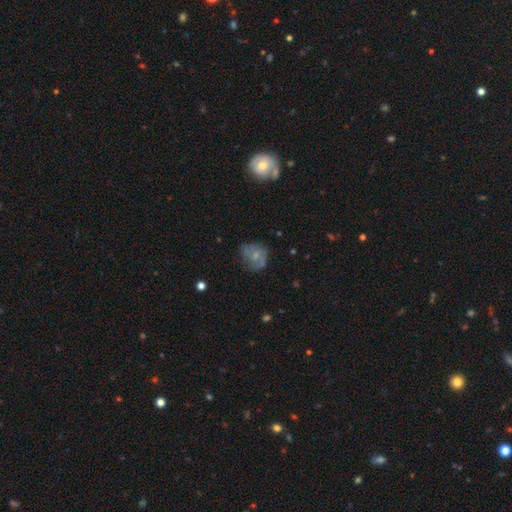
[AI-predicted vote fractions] The model was most divided on "smooth or featured": smooth: 49%, featured or disk: 40%, star or artifact: 11%. More confident: merging — none (51%).